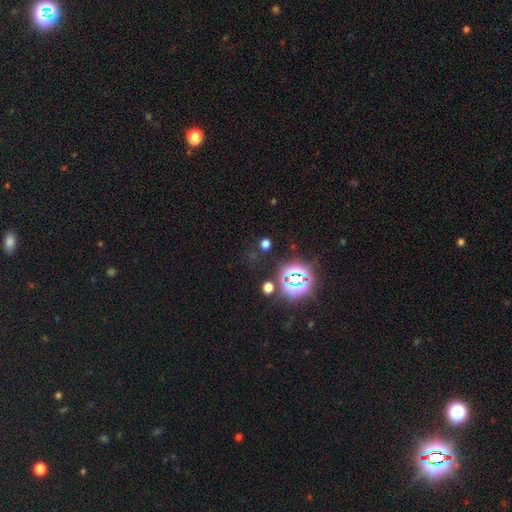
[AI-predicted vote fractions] Smooth or featured? Predicted: star or artifact (p=0.76).